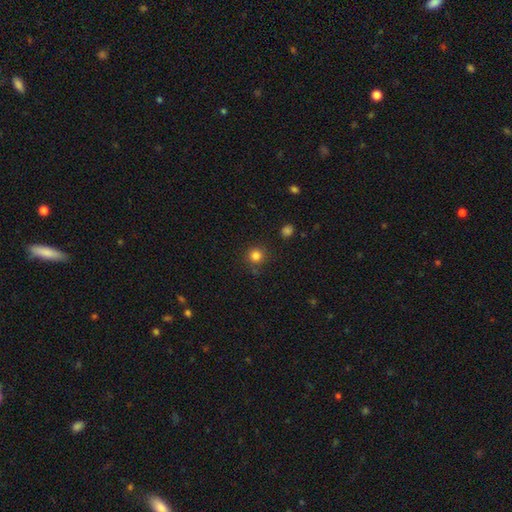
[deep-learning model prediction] Smooth or featured? smooth (82%)
How rounded? round (93%)
Merging? none (83%)